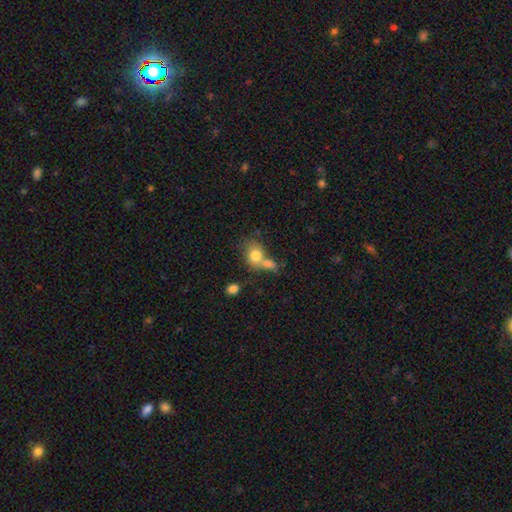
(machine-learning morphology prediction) This is likely a smooth galaxy (77%). How rounded: possibly round (55%). Merging: possibly merger (53%).